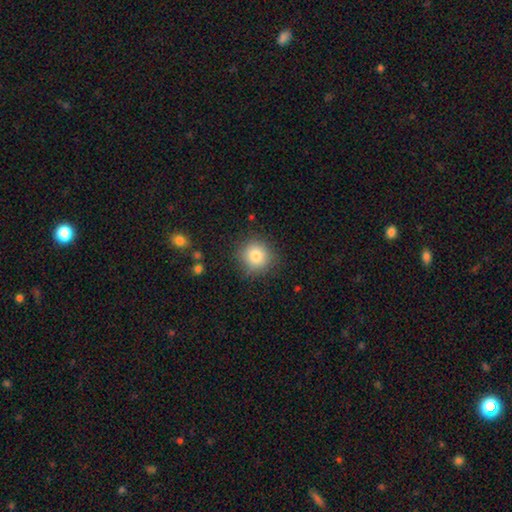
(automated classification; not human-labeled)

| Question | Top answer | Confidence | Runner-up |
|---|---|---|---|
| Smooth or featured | smooth | 82% | star or artifact (10%) |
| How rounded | round | 91% | in between (8%) |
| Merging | none | 86% | minor disturbance (10%) |